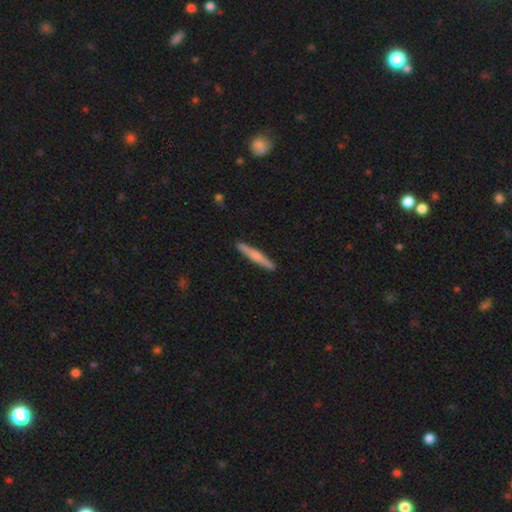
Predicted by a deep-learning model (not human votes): Overall: smooth (53%; featured or disk 42%). How rounded: cigar-shaped (95%). Merging: none (91%).